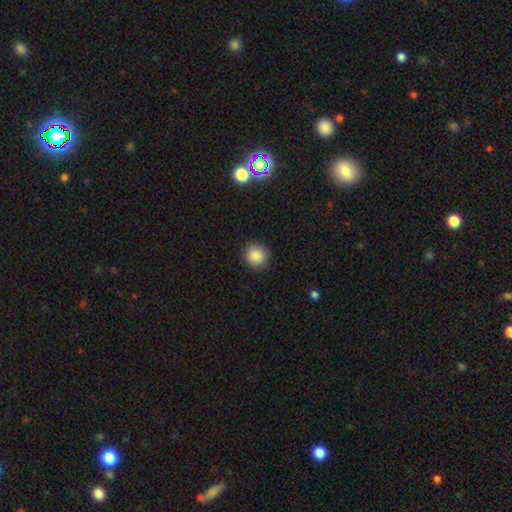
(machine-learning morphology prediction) A smooth galaxy with no disk features (86%) that is round (89%). Merging: none (89%).